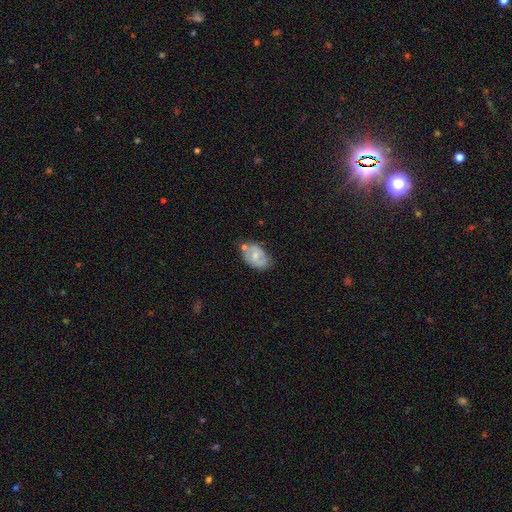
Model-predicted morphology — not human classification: smooth 51%, featured or disk 42%, star or artifact 7%. Down the decision tree: how rounded — in between (87%); merging — none (53%).